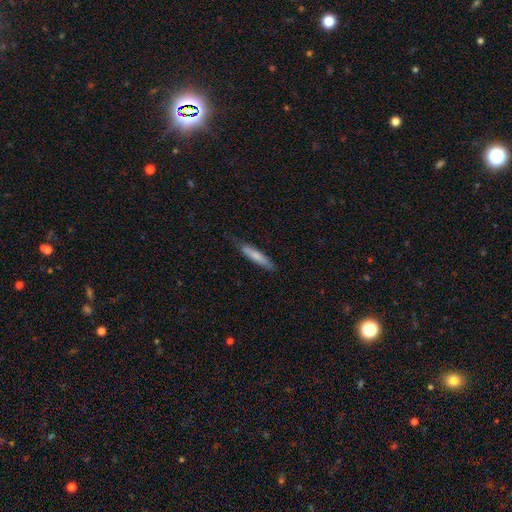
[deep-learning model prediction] Smooth or featured?
  - smooth: 73% *
  - featured or disk: 22%
  - star or artifact: 5%
How rounded?
  - cigar-shaped: 87% *
  - in between: 11%
  - round: 1%
Merging?
  - none: 75% *
  - minor disturbance: 20%
  - major disturbance: 3%
  - merger: 1%